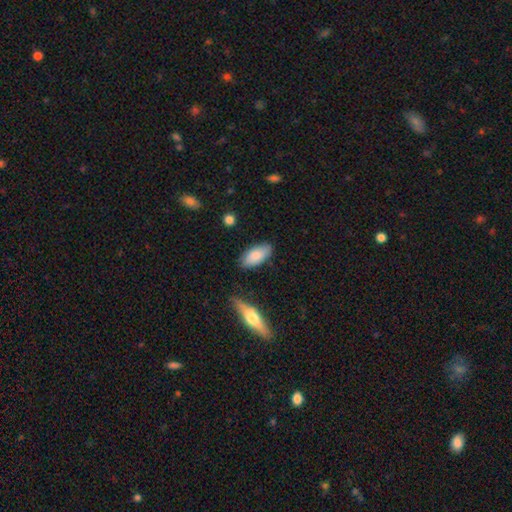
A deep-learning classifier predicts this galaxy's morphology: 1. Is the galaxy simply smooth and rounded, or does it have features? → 82% smooth, 12% featured or disk, 6% star or artifact.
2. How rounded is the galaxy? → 88% in between, 10% cigar-shaped, 2% round.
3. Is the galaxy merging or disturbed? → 79% none, 15% minor disturbance, 3% major disturbance, 3% merger.